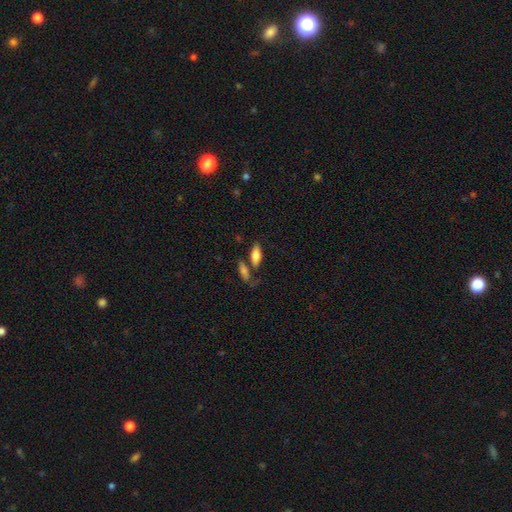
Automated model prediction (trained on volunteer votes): Smooth or featured: smooth — 76% (featured or disk — 17%)
How rounded: in between — 74% (cigar-shaped — 23%)
Merging: none — 61% (merger — 19%)